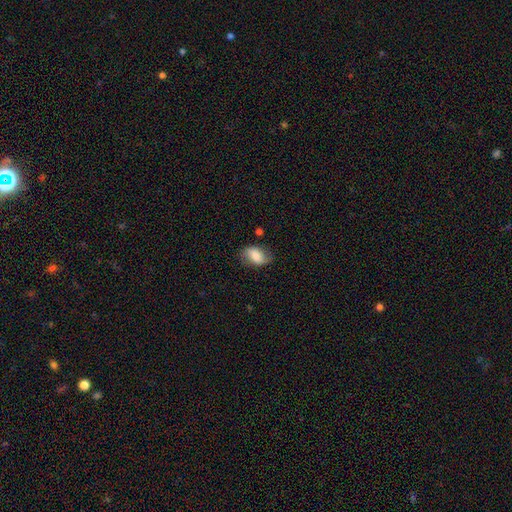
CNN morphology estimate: Smooth or featured?
  - smooth: 64% *
  - featured or disk: 28%
  - star or artifact: 8%
How rounded?
  - in between: 87% *
  - round: 11%
  - cigar-shaped: 2%
Merging?
  - none: 71% *
  - minor disturbance: 21%
  - major disturbance: 6%
  - merger: 2%